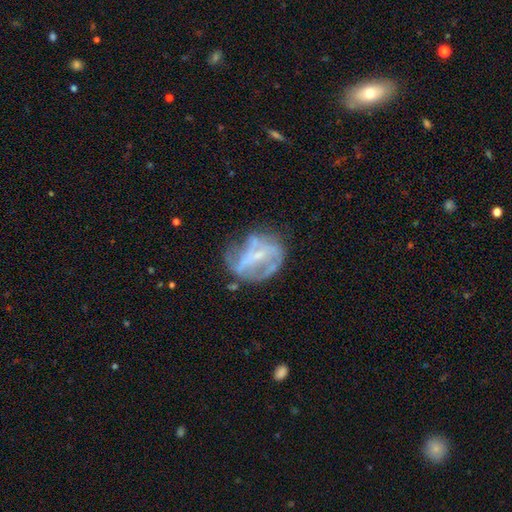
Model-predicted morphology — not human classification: Smooth or featured? featured or disk (68%)
Edge-on disk? no (97%)
Bar? no (44%)
Spiral arms? no (55%)
Bulge size? small (56%)
Merging? none (41%)